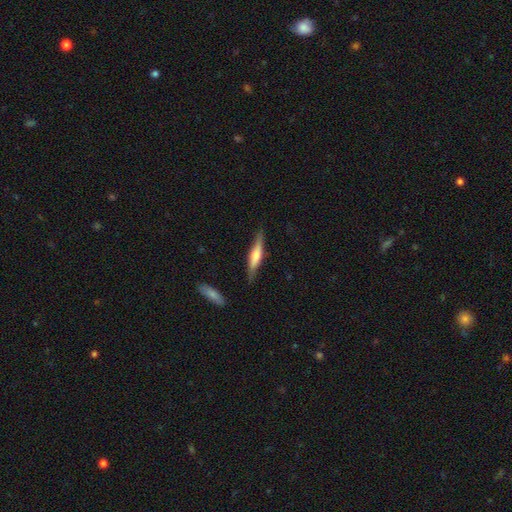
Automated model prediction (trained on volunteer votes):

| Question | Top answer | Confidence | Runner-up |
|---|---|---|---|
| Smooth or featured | featured or disk | 52% | smooth (42%) |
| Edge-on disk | yes | 95% | no (5%) |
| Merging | none | 84% | minor disturbance (12%) |